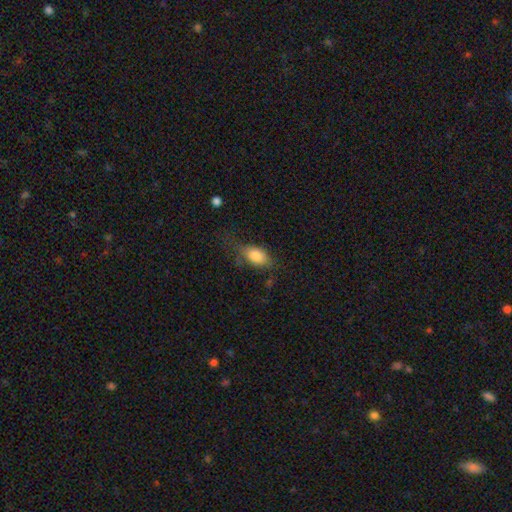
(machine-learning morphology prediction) smooth_or_featured: smooth (p=0.82) [alt: featured or disk p=0.10]
how_rounded: in between (p=0.88) [alt: round p=0.08]
merging: none (p=0.47) [alt: minor disturbance p=0.30]